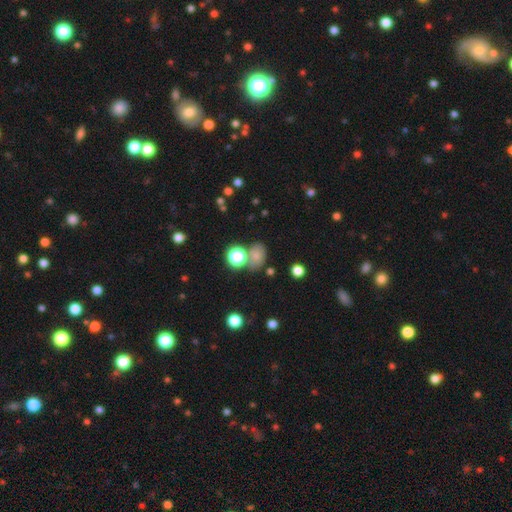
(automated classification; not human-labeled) This appears to be a smooth galaxy with no disk features (64%) that is in between round and cigar-shaped (60%). Merging: none (57%).